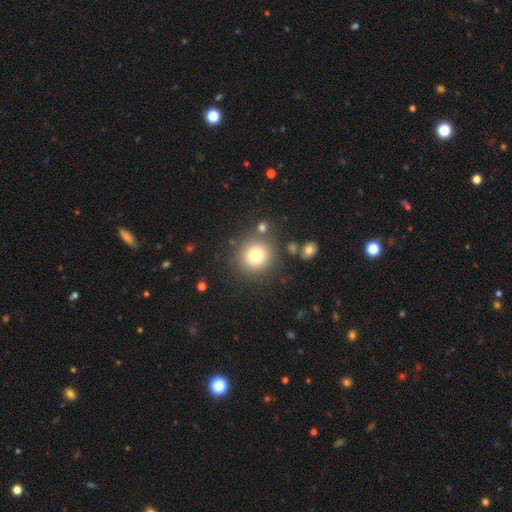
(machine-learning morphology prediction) Smooth or featured? smooth (77%)
How rounded? round (92%)
Merging? none (83%)